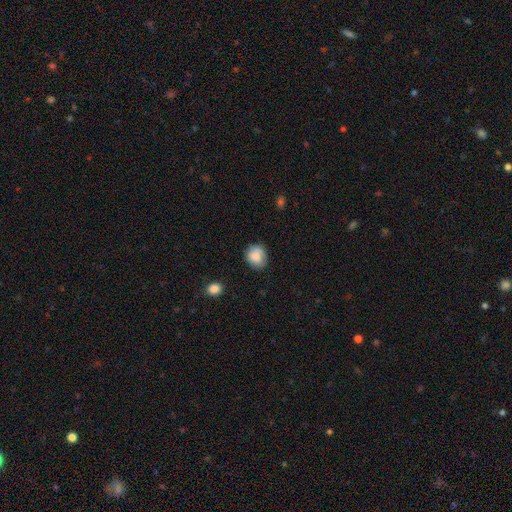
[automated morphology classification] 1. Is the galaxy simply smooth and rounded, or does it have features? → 81% smooth, 11% featured or disk, 8% star or artifact.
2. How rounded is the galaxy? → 64% round, 35% in between, 1% cigar-shaped.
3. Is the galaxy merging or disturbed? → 71% none, 21% minor disturbance, 5% major disturbance, 2% merger.